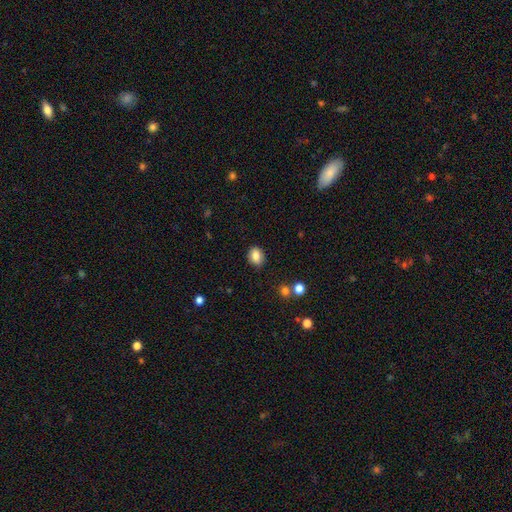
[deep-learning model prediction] smooth 82%, star or artifact 9%, featured or disk 9%. Down the decision tree: how rounded — in between (58%); merging — none (87%).